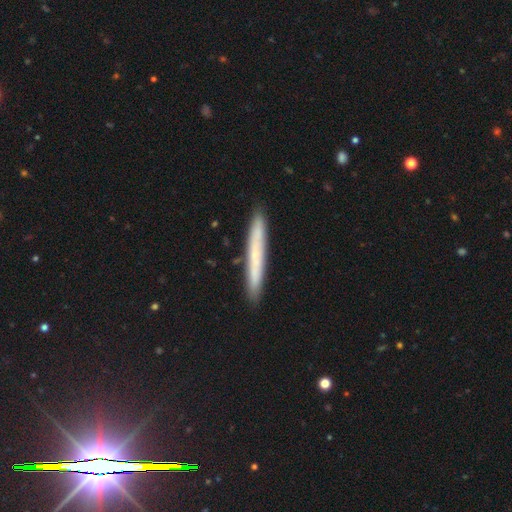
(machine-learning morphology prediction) This is likely a smooth galaxy (61%). How rounded: clearly cigar-shaped (97%). Merging: clearly none (90%).